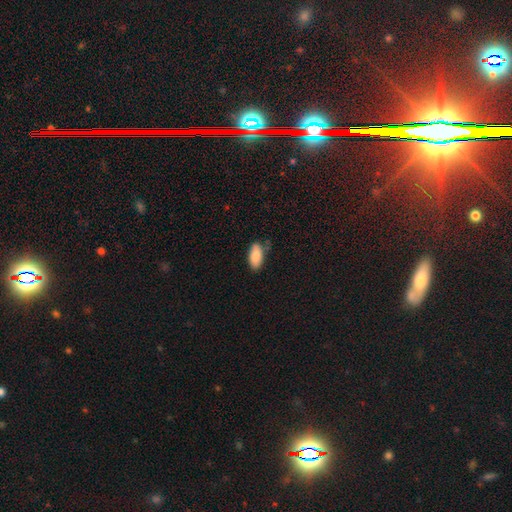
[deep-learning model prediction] The model was most divided on "merging": none: 76%, minor disturbance: 19%, major disturbance: 3%, merger: 3%. More confident: how rounded — in between (90%); smooth or featured — smooth (86%).